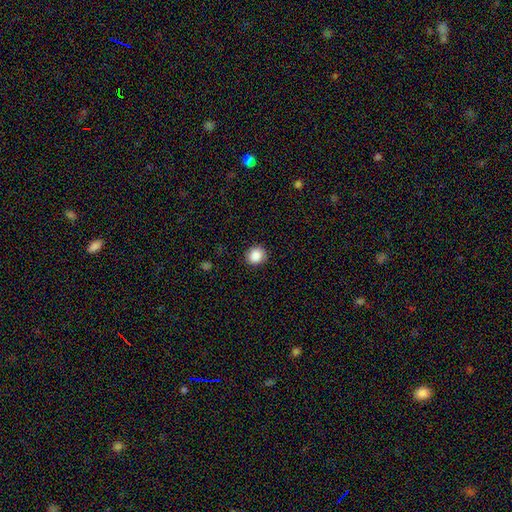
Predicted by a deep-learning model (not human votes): This appears to be a smooth galaxy with no disk features (87%) that is round (88%). Merging: none (90%).